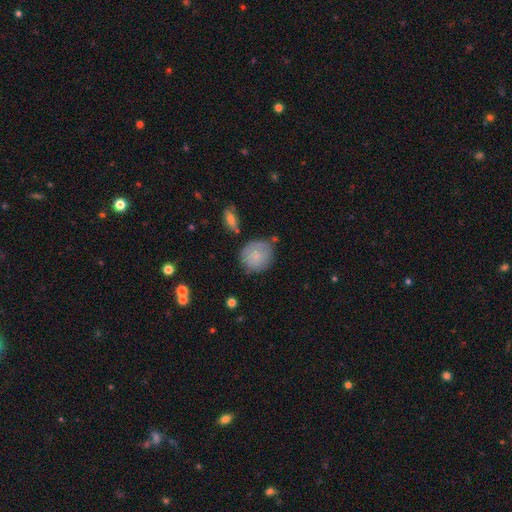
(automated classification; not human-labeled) The model was most divided on "merging": none: 69%, minor disturbance: 21%, major disturbance: 5%, merger: 5%. More confident: how rounded — round (86%); smooth or featured — smooth (76%).